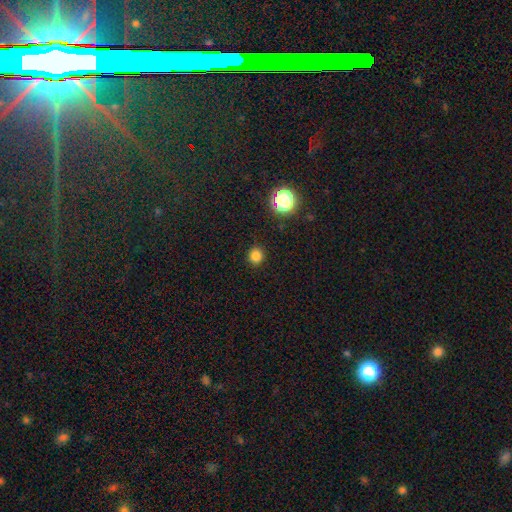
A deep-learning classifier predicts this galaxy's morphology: Smooth or featured? smooth (80%)
How rounded? round (87%)
Merging? none (91%)